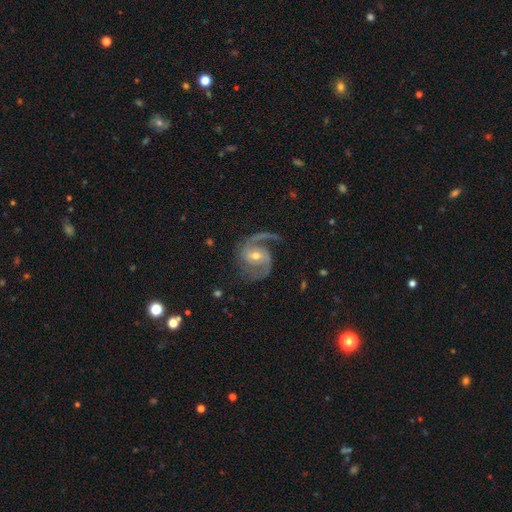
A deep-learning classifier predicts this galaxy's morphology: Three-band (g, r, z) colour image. It shows a featured or disk galaxy (91%) with a weak bar (45%), 2 (84%) medium (55%) spiral arms (98%) and a moderate central bulge (56%). Merging: none (67%).